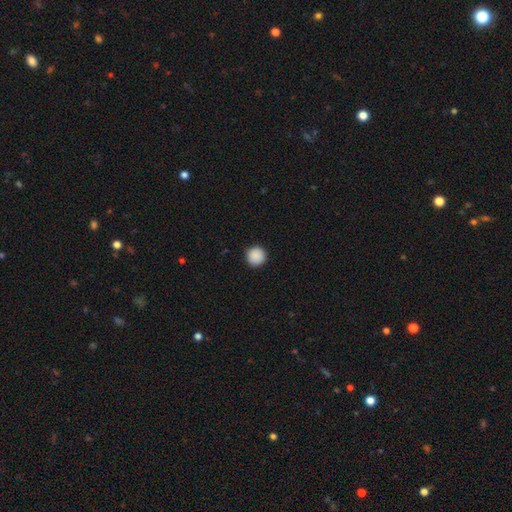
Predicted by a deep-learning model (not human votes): The model was most divided on "smooth or featured": smooth: 90%, star or artifact: 8%, featured or disk: 2%. More confident: how rounded — round (96%); merging — none (93%).